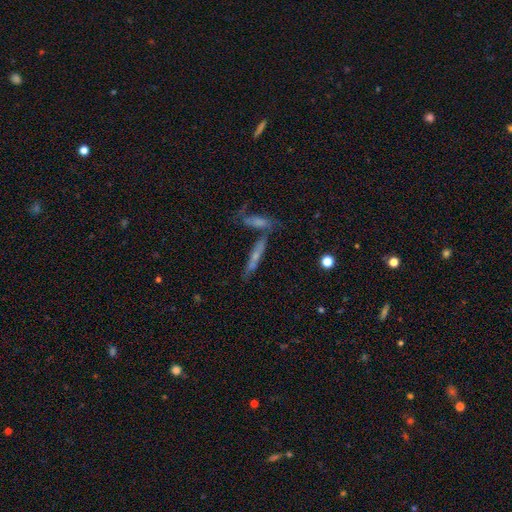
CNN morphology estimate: smooth-or-featured: featured or disk: 53% | smooth: 36% | star or artifact: 11%
  disk-edge-on: yes: 76% | no: 24%
  merging: none: 54% | merger: 27% | minor disturbance: 13% | major disturbance: 6%